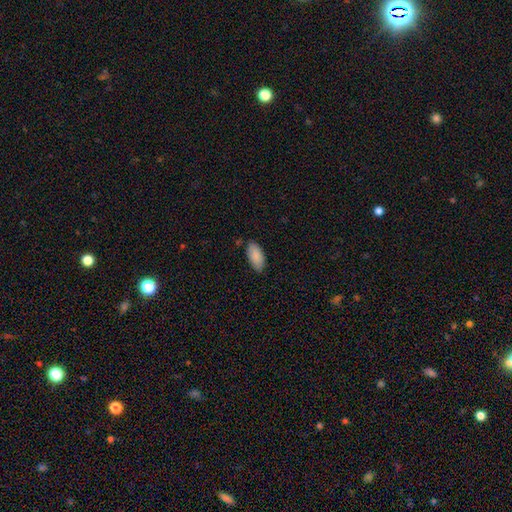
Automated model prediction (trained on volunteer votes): This is clearly a smooth galaxy (89%). How rounded: clearly in between (93%). Merging: likely none (79%).